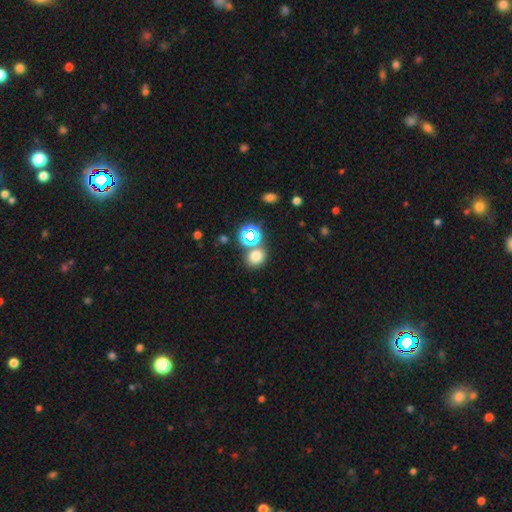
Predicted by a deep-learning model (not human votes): Smooth or featured? Predicted: smooth (p=0.71). How rounded? Predicted: round (p=0.69). Merging? Predicted: none (p=0.67).